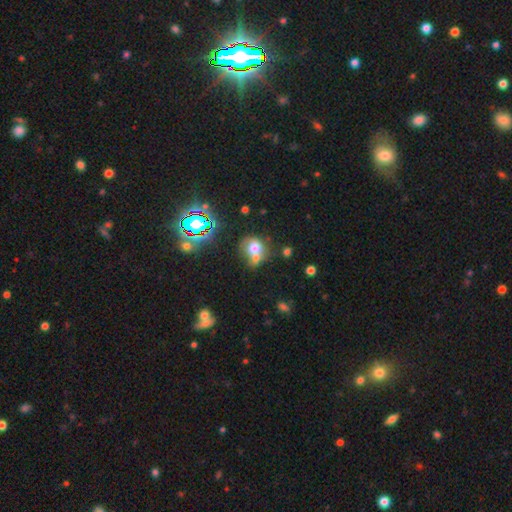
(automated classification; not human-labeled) This appears to be a smooth galaxy with no disk features (58%) that is round (68%). Merging: merger (45%).